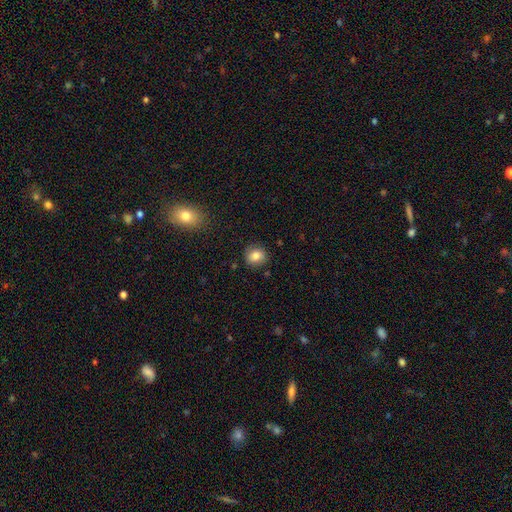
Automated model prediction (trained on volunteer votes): Smooth or featured? Predicted: smooth (p=0.81). How rounded? Predicted: round (p=0.81). Merging? Predicted: none (p=0.86).